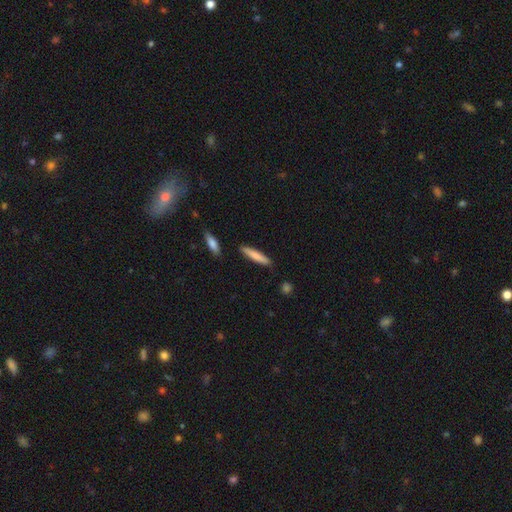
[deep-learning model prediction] This is likely a smooth galaxy (78%). How rounded: clearly cigar-shaped (88%). Merging: clearly none (87%).